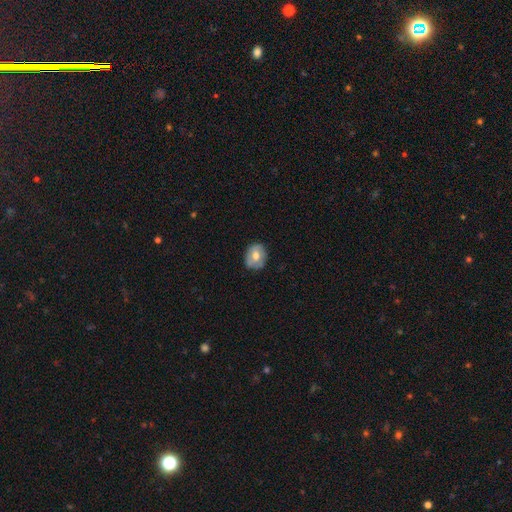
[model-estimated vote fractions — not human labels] This appears to be a smooth galaxy with no disk features (56%) that is round (55%). Merging: none (76%).